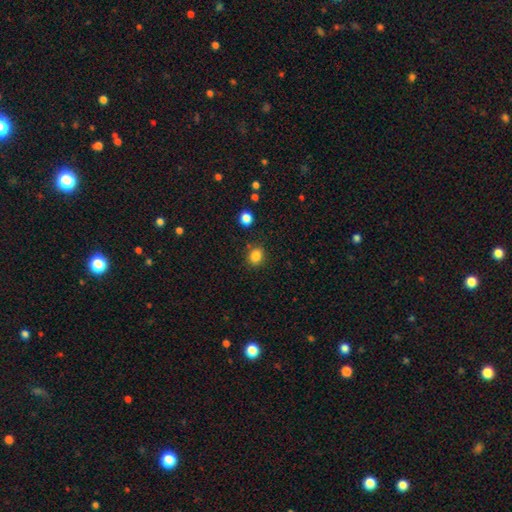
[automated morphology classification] A smooth galaxy with no disk features (84%) that is round (65%). Merging: none (84%).